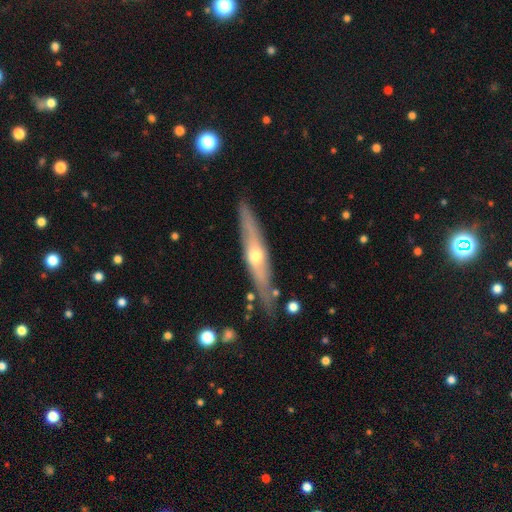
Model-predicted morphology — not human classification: type=featured or disk (63%); edge-on=yes (87%); edge-on bulge=rounded (86%); merging=none (81%).